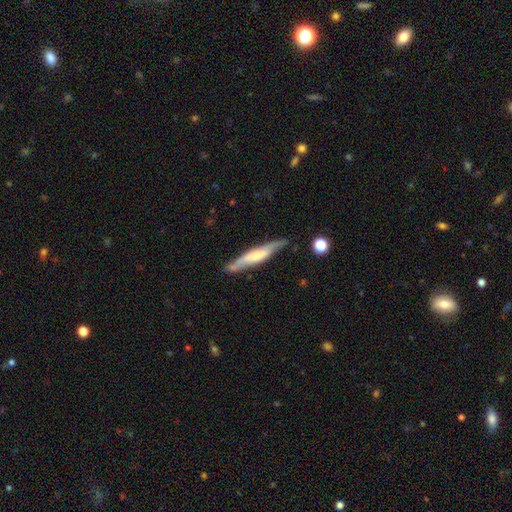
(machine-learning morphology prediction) Smooth or featured? featured or disk (54%)
Edge-on disk? yes (82%)
Merging? none (78%)